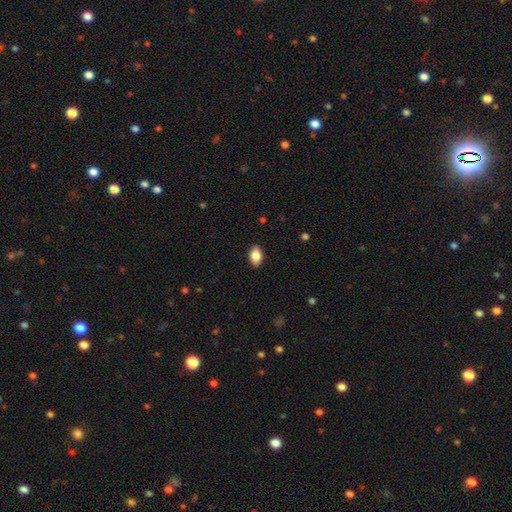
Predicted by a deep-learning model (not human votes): Q: Smooth or featured?
A: smooth (86%); runner-up: star or artifact (7%)
Q: How rounded?
A: in between (89%); runner-up: round (9%)
Q: Merging?
A: none (87%); runner-up: minor disturbance (10%)